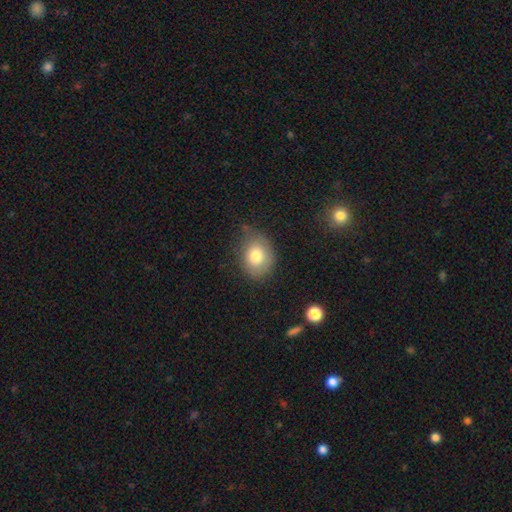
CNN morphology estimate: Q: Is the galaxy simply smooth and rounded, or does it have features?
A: smooth — 76%.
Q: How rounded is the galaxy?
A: in between — 53%.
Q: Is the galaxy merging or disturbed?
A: none — 61%.